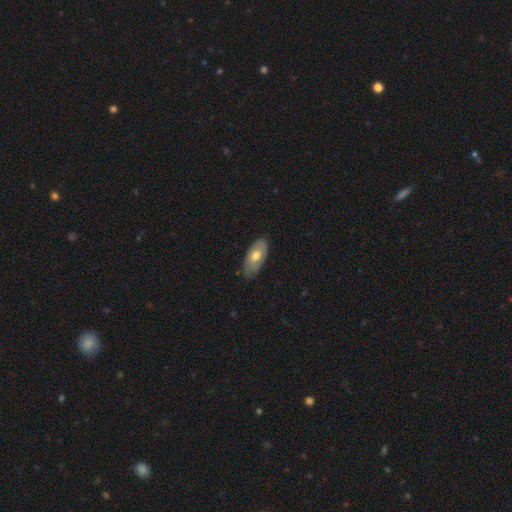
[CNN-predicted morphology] type=smooth (64%); roundness=in between (90%); merging=none (79%).